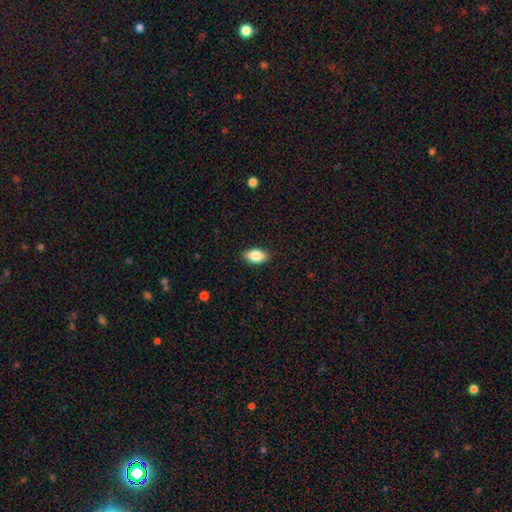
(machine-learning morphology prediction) Smooth or featured? Predicted: smooth (p=0.86). How rounded? Predicted: in between (p=0.92). Merging? Predicted: none (p=0.88).